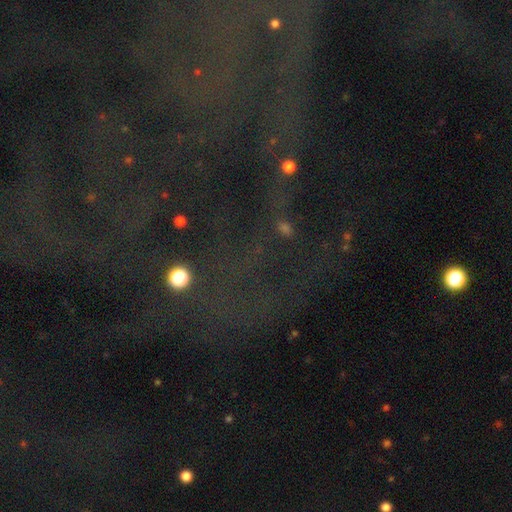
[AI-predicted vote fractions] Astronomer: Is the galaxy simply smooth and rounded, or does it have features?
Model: star or artifact — 73%.